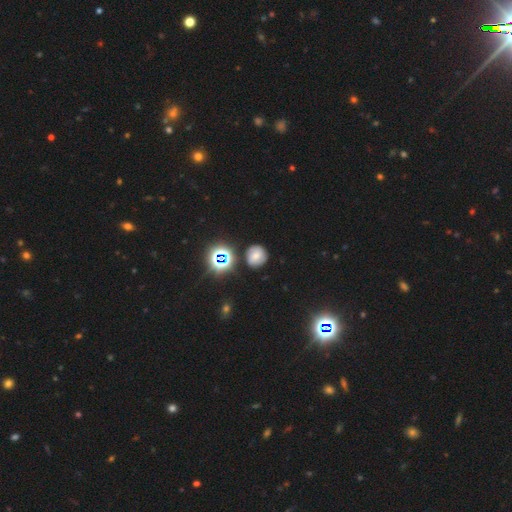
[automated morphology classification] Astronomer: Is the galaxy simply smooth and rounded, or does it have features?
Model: smooth — 51%.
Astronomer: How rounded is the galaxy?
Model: round — 85%.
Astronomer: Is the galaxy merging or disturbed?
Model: none — 78%.